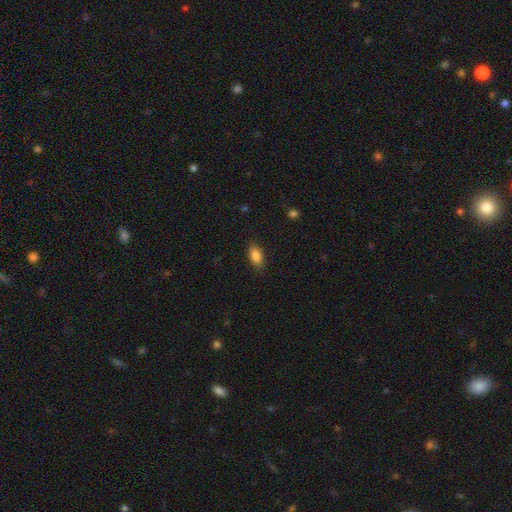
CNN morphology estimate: A smooth galaxy with no disk features (85%) that is in between round and cigar-shaped (88%). Merging: none (85%).